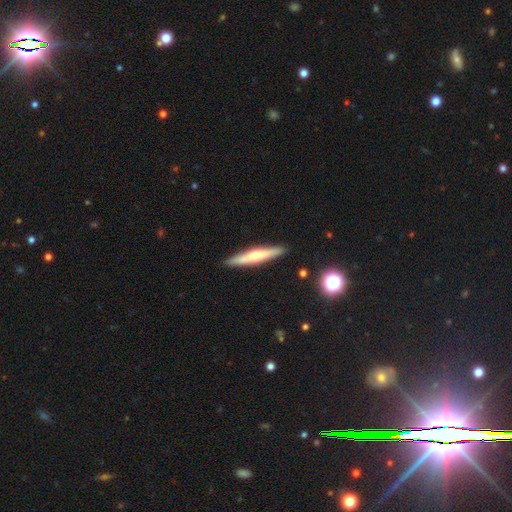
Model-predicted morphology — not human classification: type=smooth (48%); merging=none (89%).